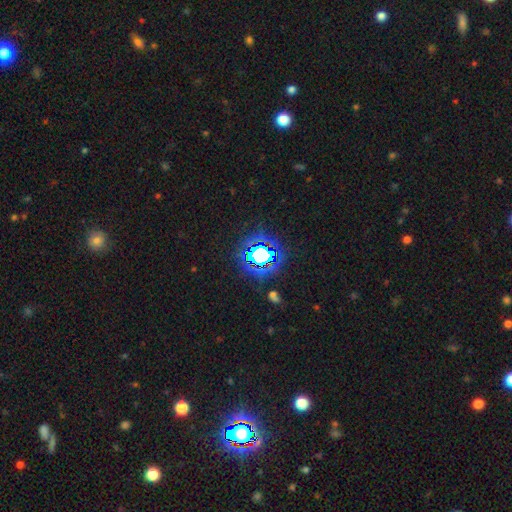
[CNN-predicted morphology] Smooth or featured?
  - star or artifact: 70% *
  - smooth: 19%
  - featured or disk: 10%